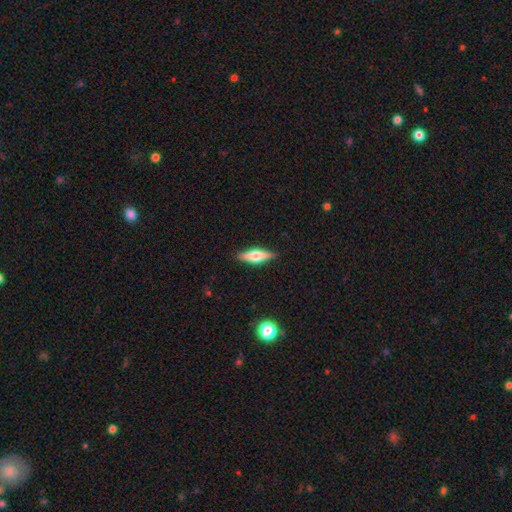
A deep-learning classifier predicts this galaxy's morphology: Q: Smooth or featured?
A: featured or disk (47%); runner-up: smooth (46%)
Q: Merging?
A: none (88%); runner-up: minor disturbance (9%)